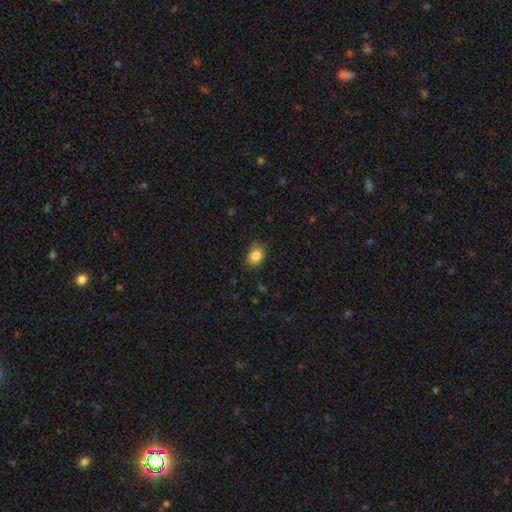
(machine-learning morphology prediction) This appears to be a smooth galaxy with no disk features (85%) that is in between round and cigar-shaped (58%). Merging: none (75%).